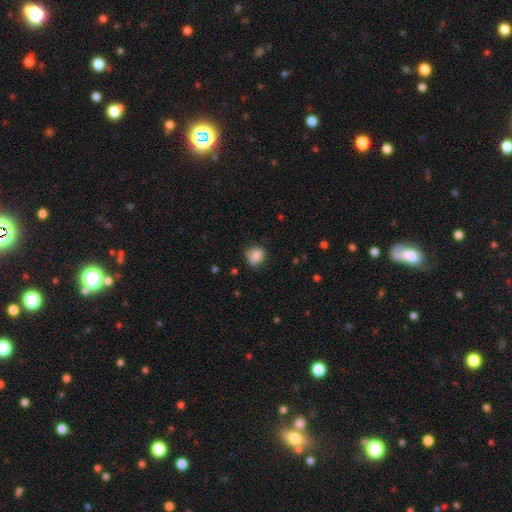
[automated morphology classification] Smooth or featured? smooth (86%)
How rounded? round (69%)
Merging? none (73%)